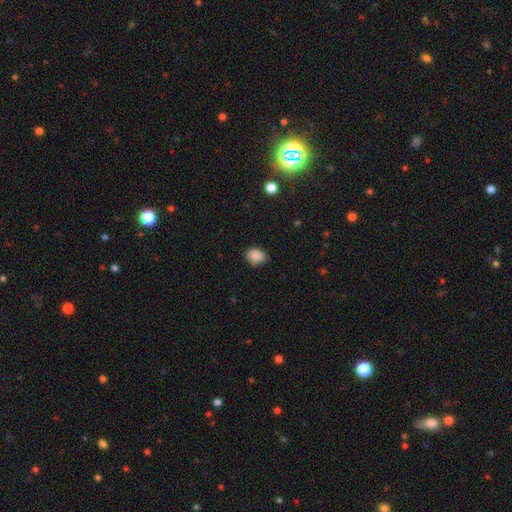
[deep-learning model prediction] Q: Smooth or featured?
A: smooth (87%); runner-up: star or artifact (9%)
Q: How rounded?
A: in between (57%); runner-up: round (42%)
Q: Merging?
A: none (80%); runner-up: minor disturbance (15%)